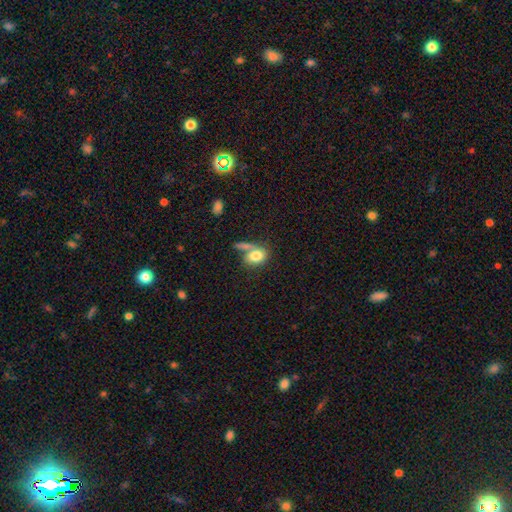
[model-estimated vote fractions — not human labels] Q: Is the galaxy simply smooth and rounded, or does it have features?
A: smooth — 78%.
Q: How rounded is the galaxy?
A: in between — 75%.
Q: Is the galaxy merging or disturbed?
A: none — 41%.